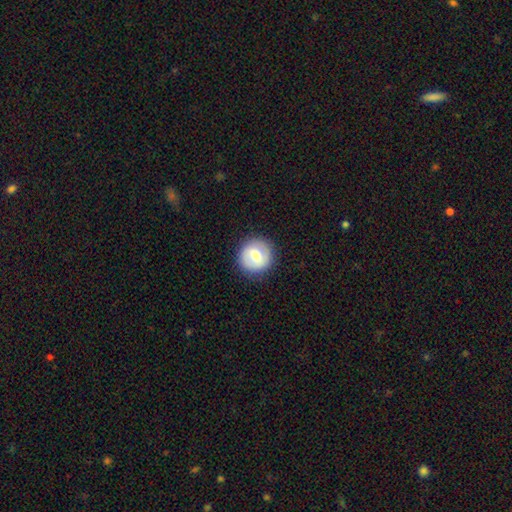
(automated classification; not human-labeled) Q: Smooth or featured?
A: smooth (61%); runner-up: featured or disk (32%)
Q: How rounded?
A: round (92%); runner-up: in between (8%)
Q: Merging?
A: none (88%); runner-up: minor disturbance (8%)